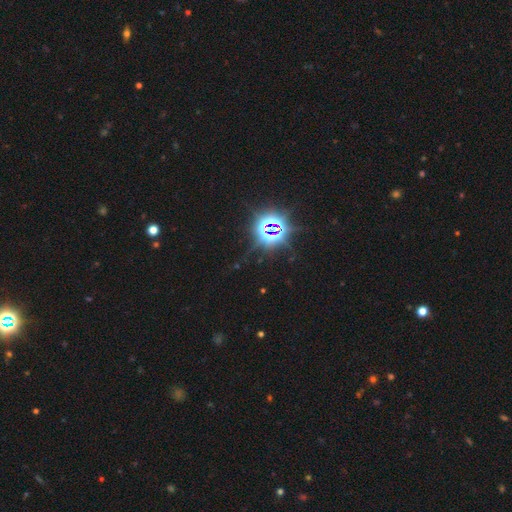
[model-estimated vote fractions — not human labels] Overall: star or artifact (84%).